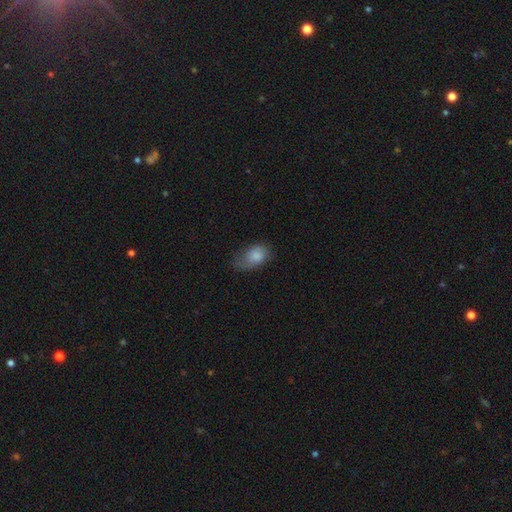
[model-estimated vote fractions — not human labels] This appears to be a smooth galaxy with no disk features (78%) that is in between round and cigar-shaped (87%). Merging: none (39%).